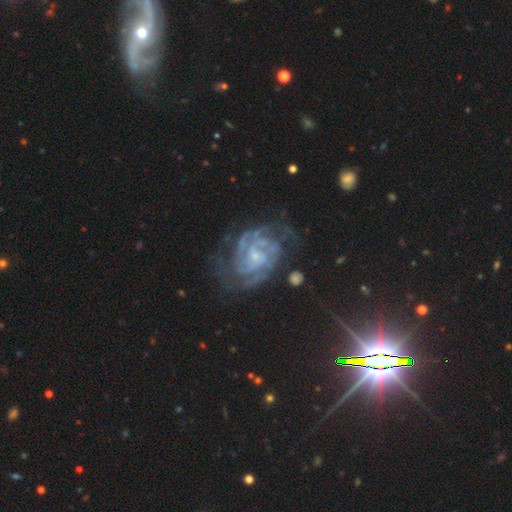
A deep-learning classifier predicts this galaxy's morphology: Overall: featured or disk (88%). Edge-on disk: no (98%). Bar: no (55%; weak 36%). Spiral arms: yes (98%). Spiral arm count: 2 (27%; 3 23%). Spiral winding: tight (65%; medium 30%). Bulge size: small (69%). Merging: none (69%).